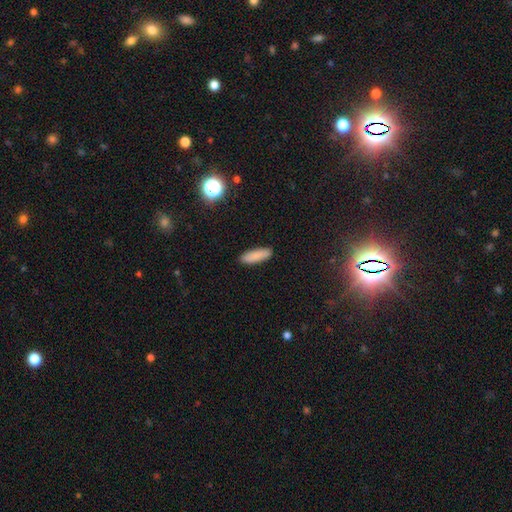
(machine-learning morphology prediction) Q: Smooth or featured?
A: smooth (87%); runner-up: star or artifact (7%)
Q: How rounded?
A: in between (50%); runner-up: cigar-shaped (49%)
Q: Merging?
A: none (90%); runner-up: minor disturbance (7%)